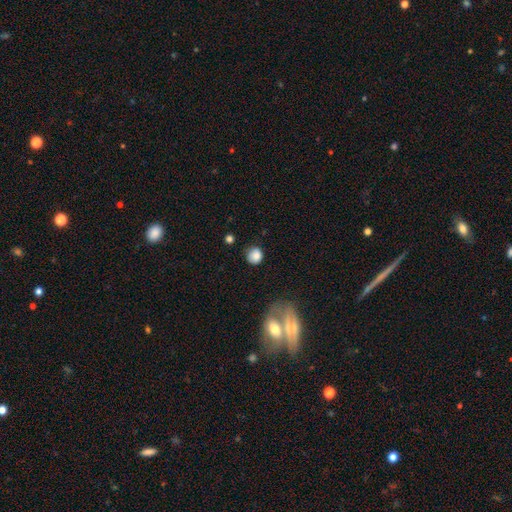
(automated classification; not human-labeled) Smooth or featured? Predicted: smooth (p=0.83). How rounded? Predicted: round (p=0.83). Merging? Predicted: none (p=0.75).